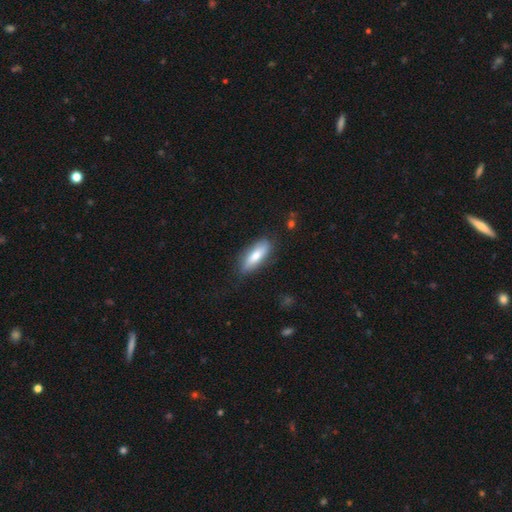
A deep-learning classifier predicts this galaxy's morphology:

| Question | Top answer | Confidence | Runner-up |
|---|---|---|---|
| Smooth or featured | smooth | 70% | featured or disk (24%) |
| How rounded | in between | 62% | cigar-shaped (36%) |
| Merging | none | 80% | minor disturbance (15%) |